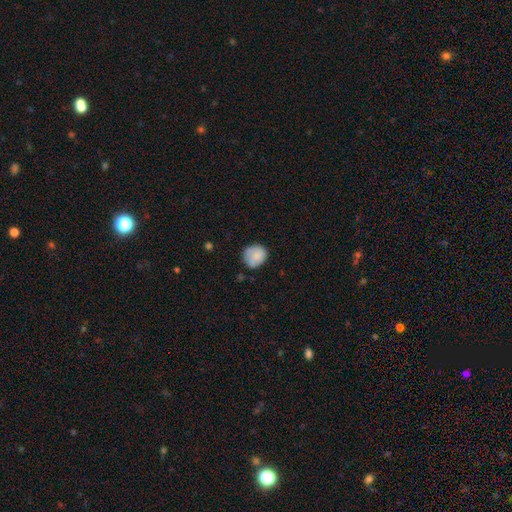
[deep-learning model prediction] A smooth galaxy with no disk features (81%) that is round (77%). Merging: none (65%).